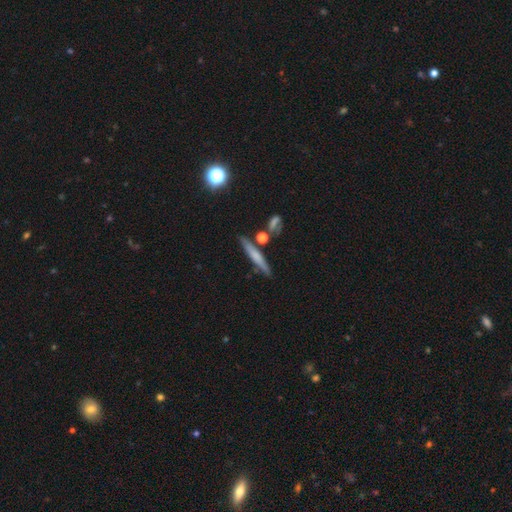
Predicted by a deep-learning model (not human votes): Smooth or featured? Predicted: smooth (p=0.57). How rounded? Predicted: cigar-shaped (p=0.89). Merging? Predicted: none (p=0.77).